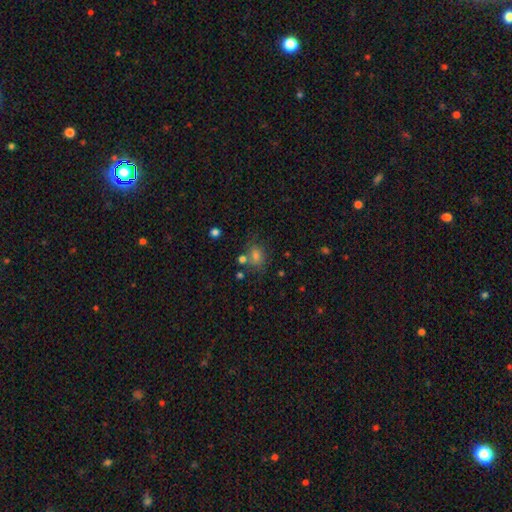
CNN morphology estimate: This appears to be a smooth galaxy with no disk features (66%) that is in between round and cigar-shaped (58%). Merging: none (63%).